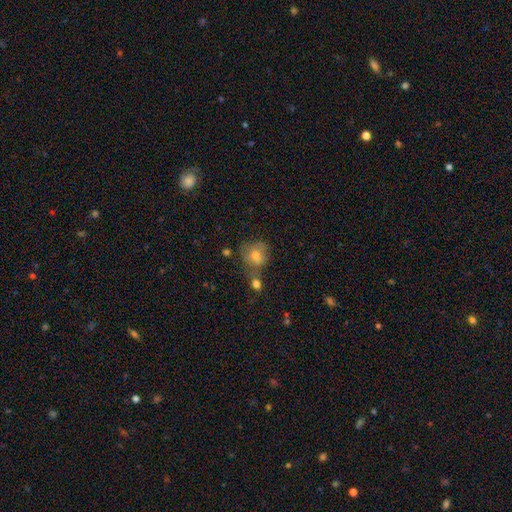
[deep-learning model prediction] smooth_or_featured: smooth (p=0.61) [alt: featured or disk p=0.23]
how_rounded: round (p=0.71) [alt: in between p=0.28]
merging: none (p=0.52) [alt: minor disturbance p=0.20]